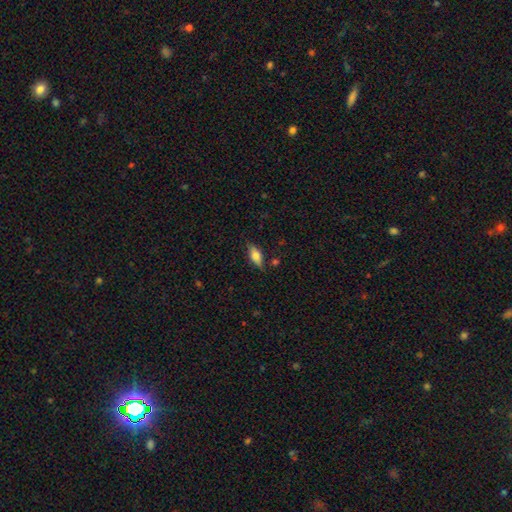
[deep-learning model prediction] Smooth or featured: smooth — 64% (featured or disk — 28%)
How rounded: in between — 73% (cigar-shaped — 23%)
Merging: none — 78% (minor disturbance — 16%)